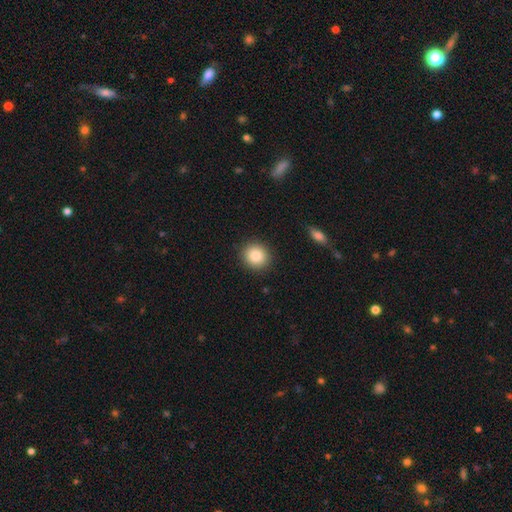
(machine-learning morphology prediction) Overall: smooth (86%). How rounded: round (88%). Merging: none (90%).